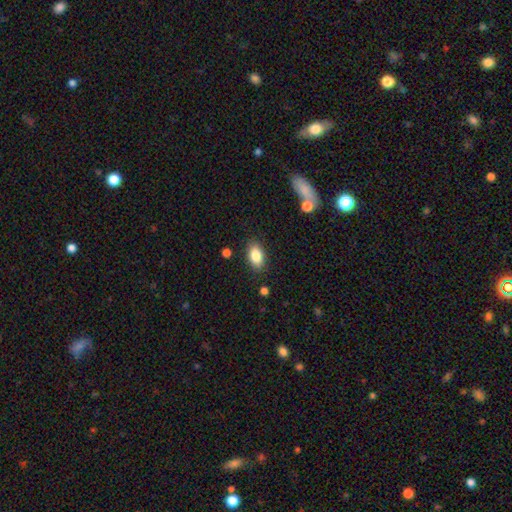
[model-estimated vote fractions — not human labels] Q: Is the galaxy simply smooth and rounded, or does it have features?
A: smooth — 84%.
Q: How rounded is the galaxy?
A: in between — 91%.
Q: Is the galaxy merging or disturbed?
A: none — 86%.